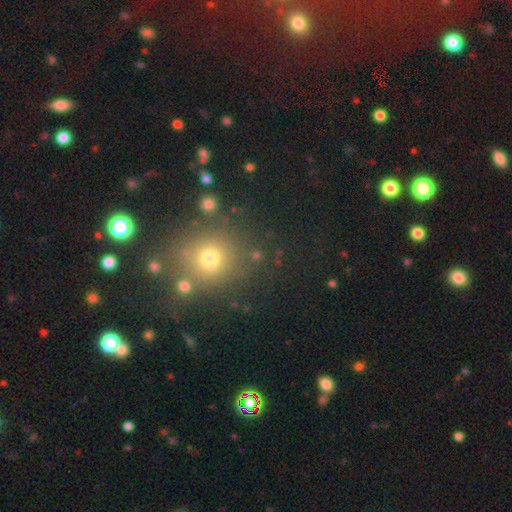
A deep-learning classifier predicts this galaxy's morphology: smooth-or-featured: smooth: 60% | star or artifact: 31% | featured or disk: 10%
  how-rounded: round: 83% | in between: 16% | cigar-shaped: 2%
  merging: none: 77% | minor disturbance: 10% | merger: 9% | major disturbance: 5%